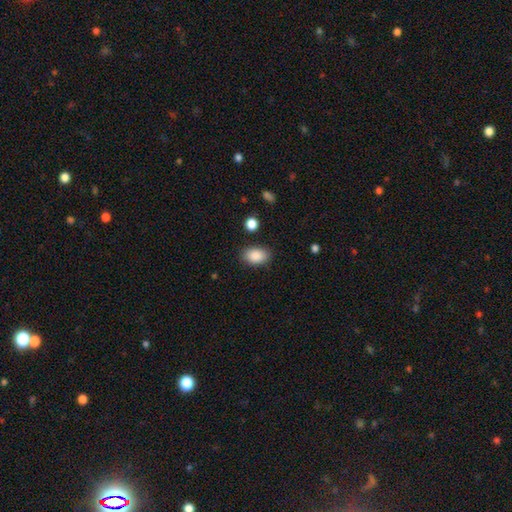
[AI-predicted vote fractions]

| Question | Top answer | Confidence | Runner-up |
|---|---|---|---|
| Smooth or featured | smooth | 88% | star or artifact (8%) |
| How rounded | in between | 87% | round (12%) |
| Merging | none | 85% | minor disturbance (11%) |